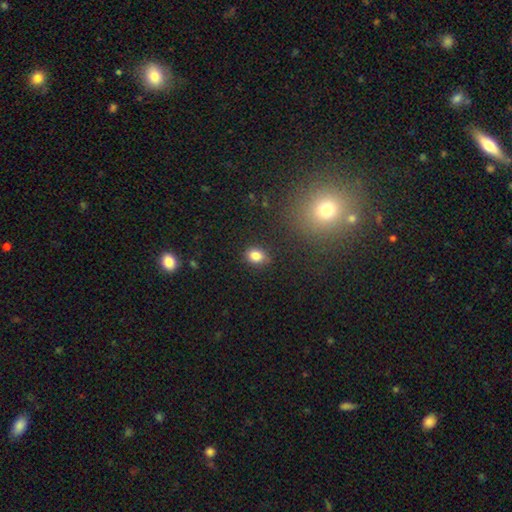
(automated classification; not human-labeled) Q: Smooth or featured?
A: smooth (83%); runner-up: star or artifact (11%)
Q: How rounded?
A: in between (56%); runner-up: round (43%)
Q: Merging?
A: none (78%); runner-up: minor disturbance (16%)